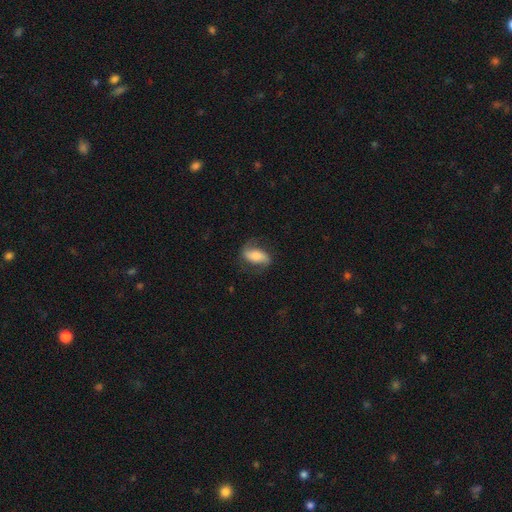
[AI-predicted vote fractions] Smooth or featured?
  - featured or disk: 53% *
  - smooth: 40%
  - star or artifact: 7%
Edge-on disk?
  - no: 92% *
  - yes: 8%
Merging?
  - none: 69% *
  - minor disturbance: 19%
  - major disturbance: 10%
  - merger: 1%